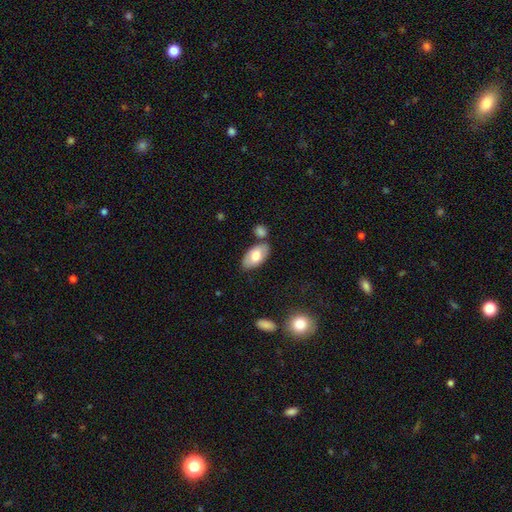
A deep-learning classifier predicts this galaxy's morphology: type=smooth (66%); roundness=in between (95%); merging=none (73%).